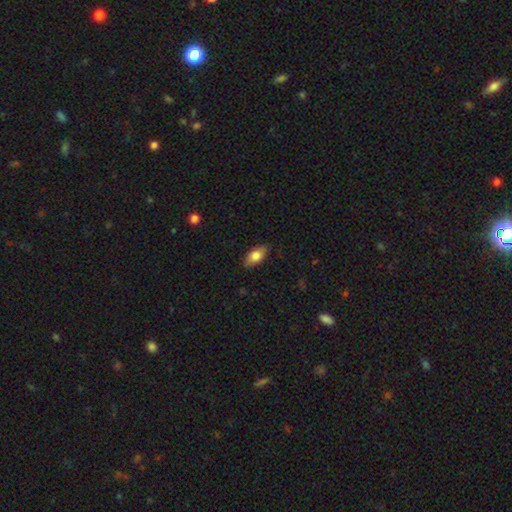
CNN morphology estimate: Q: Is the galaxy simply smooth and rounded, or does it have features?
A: smooth — 76%.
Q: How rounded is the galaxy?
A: in between — 87%.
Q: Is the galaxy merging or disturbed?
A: none — 84%.